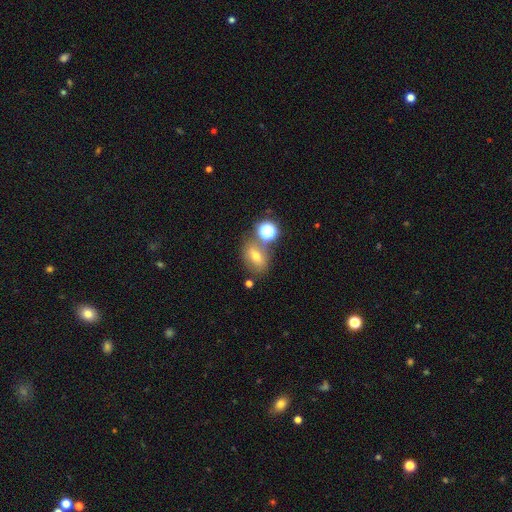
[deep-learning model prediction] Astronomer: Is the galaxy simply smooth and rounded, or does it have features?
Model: smooth — 54%.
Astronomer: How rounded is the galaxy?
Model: in between — 66%.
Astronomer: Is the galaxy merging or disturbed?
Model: none — 62%.